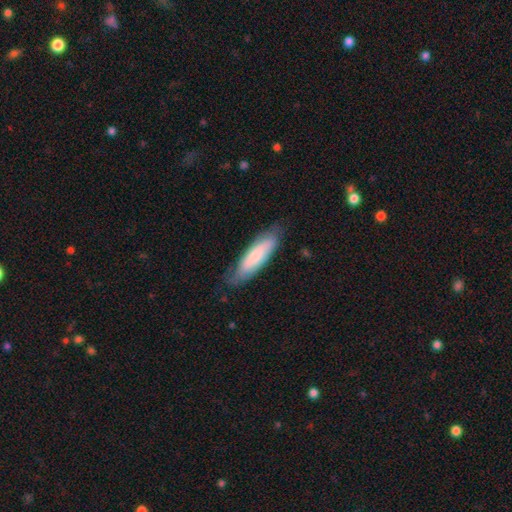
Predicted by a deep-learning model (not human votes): Smooth or featured? smooth (73%)
How rounded? cigar-shaped (61%)
Merging? none (73%)